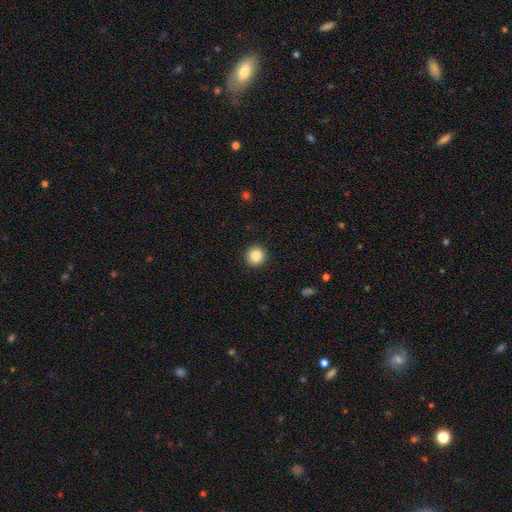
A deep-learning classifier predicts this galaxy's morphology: Q: Smooth or featured?
A: smooth (86%); runner-up: star or artifact (10%)
Q: How rounded?
A: round (94%); runner-up: in between (6%)
Q: Merging?
A: none (92%); runner-up: minor disturbance (5%)